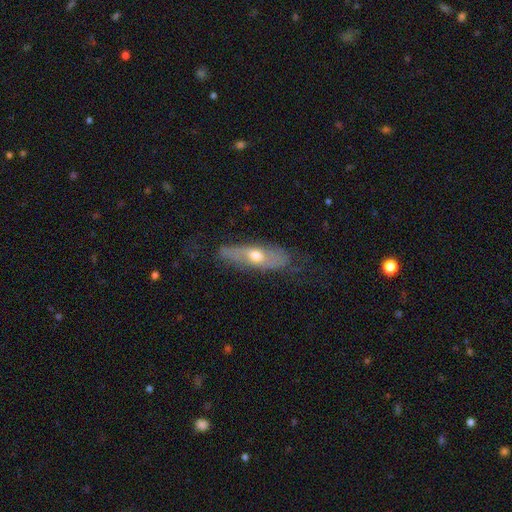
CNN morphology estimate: A featured or disk galaxy (51%). Merging: none (61%).